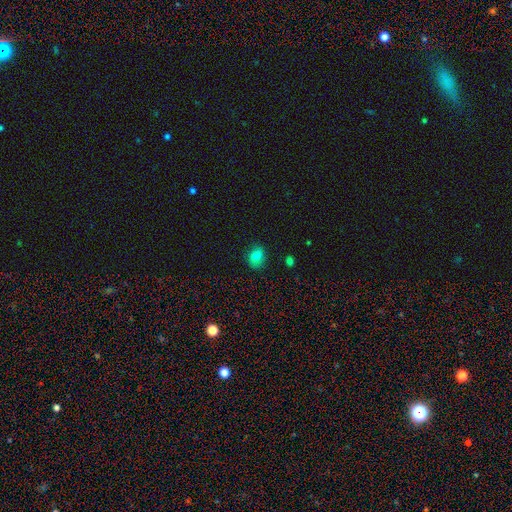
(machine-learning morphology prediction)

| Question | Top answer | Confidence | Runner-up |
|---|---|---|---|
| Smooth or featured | smooth | 78% | star or artifact (12%) |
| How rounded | in between | 59% | round (39%) |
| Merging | none | 76% | minor disturbance (18%) |